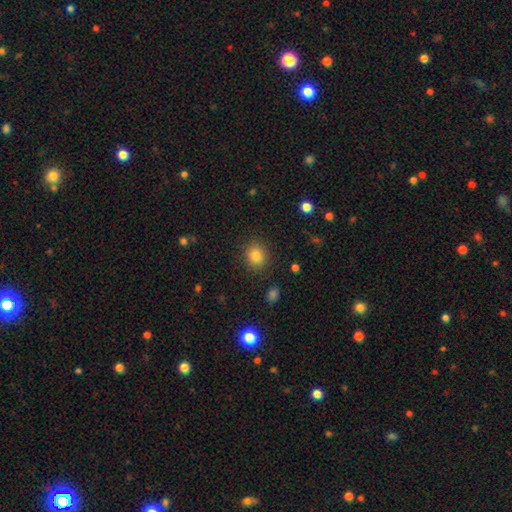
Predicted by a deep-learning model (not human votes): A smooth galaxy with no disk features (83%) that is round (79%).

Vote fractions:
- Smooth or featured? smooth: 83% / star or artifact: 11% / featured or disk: 6%
- How rounded? round: 79% / in between: 21% / cigar-shaped: 1%
- Merging? none: 89% / minor disturbance: 7% / major disturbance: 3% / merger: 1%